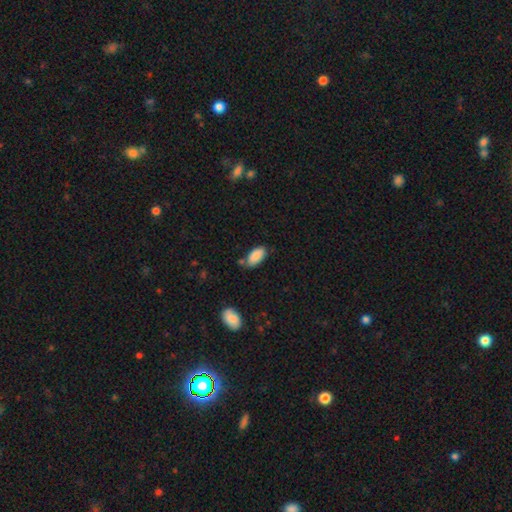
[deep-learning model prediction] smooth-or-featured: smooth: 87% | star or artifact: 7% | featured or disk: 6%
  how-rounded: in between: 94% | cigar-shaped: 4% | round: 2%
  merging: none: 68% | minor disturbance: 21% | merger: 7% | major disturbance: 4%